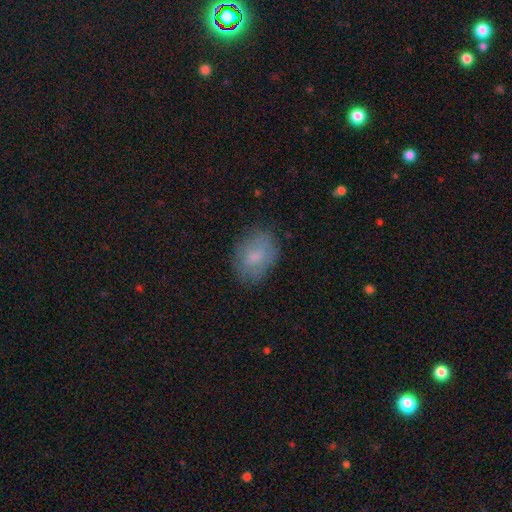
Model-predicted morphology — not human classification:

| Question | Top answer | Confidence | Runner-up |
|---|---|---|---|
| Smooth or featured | smooth | 72% | featured or disk (19%) |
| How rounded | in between | 75% | round (23%) |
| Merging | none | 75% | minor disturbance (18%) |